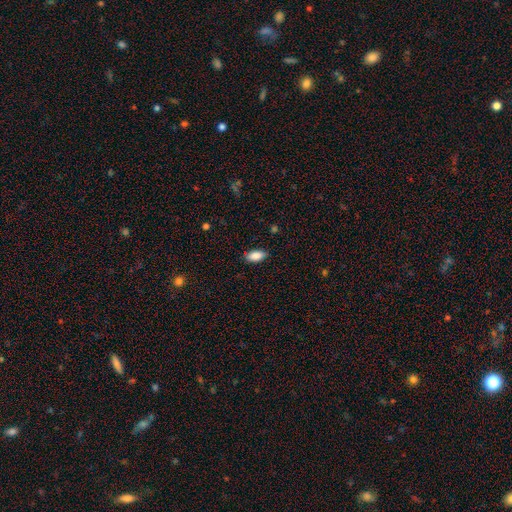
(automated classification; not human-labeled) Smooth or featured? smooth (87%)
How rounded? in between (91%)
Merging? none (85%)